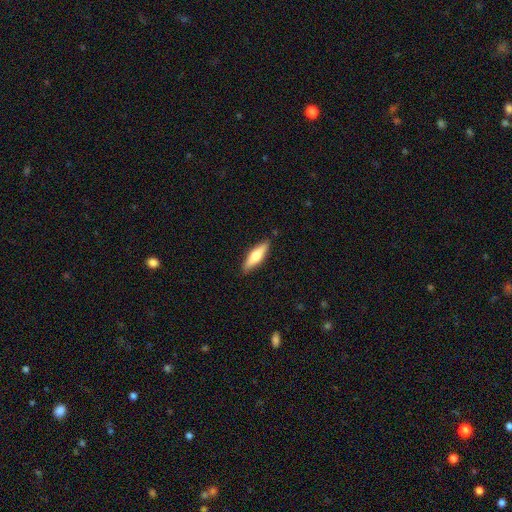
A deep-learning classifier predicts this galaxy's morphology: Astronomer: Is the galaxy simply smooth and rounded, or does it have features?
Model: smooth — 59% (runner-up: featured or disk, 36%).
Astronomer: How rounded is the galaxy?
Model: cigar-shaped — 60% (runner-up: in between, 38%).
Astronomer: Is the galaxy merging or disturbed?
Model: none — 88%.